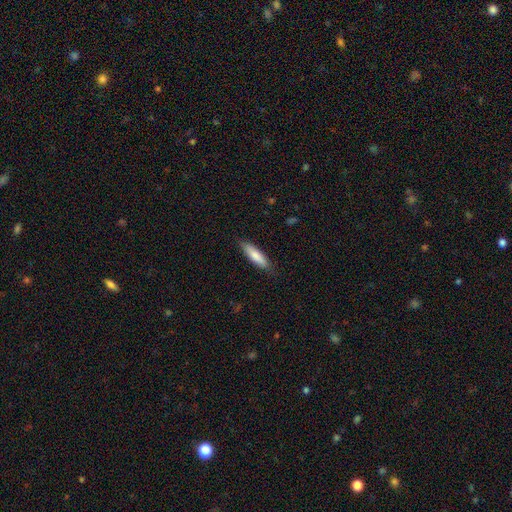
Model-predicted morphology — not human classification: This is likely a smooth galaxy (79%). How rounded: likely cigar-shaped (67%). Merging: clearly none (84%).